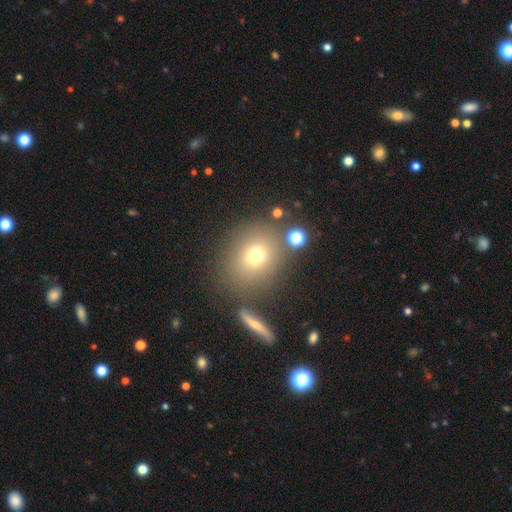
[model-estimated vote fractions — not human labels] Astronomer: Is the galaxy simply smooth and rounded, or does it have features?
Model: smooth — 69%.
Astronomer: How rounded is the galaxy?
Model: round — 68%.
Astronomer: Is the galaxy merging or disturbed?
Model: none — 75%.